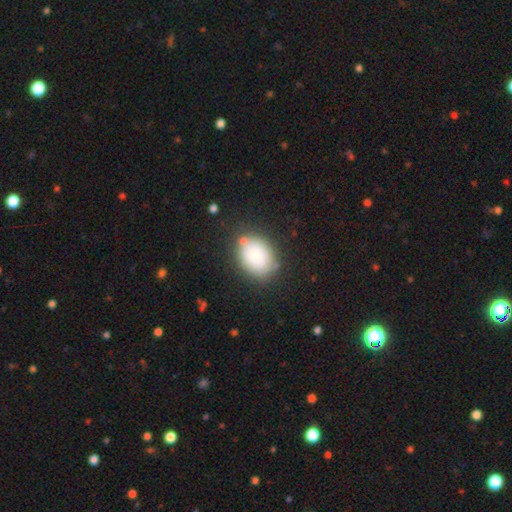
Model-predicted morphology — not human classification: Smooth or featured? Predicted: smooth (p=0.82). How rounded? Predicted: in between (p=0.68). Merging? Predicted: none (p=0.72).